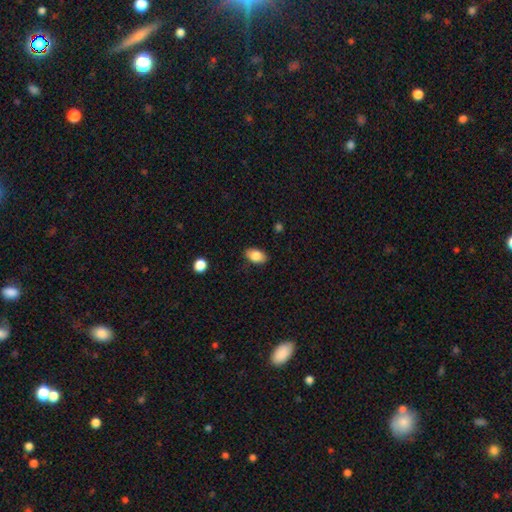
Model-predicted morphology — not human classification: This is clearly a smooth galaxy (84%). How rounded: clearly in between (89%). Merging: clearly none (85%).